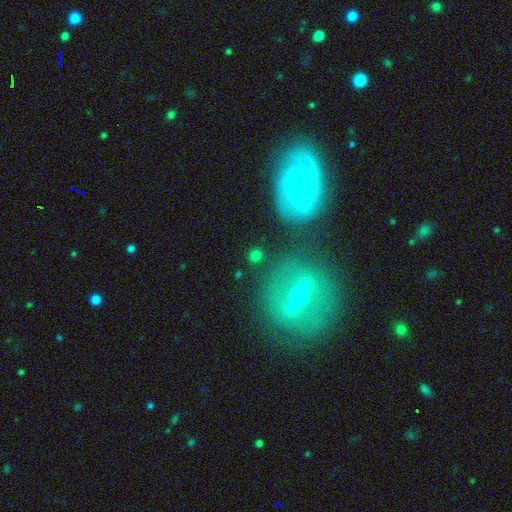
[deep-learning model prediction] Smooth or featured? Predicted: smooth (p=0.61). How rounded? Predicted: round (p=0.80). Merging? Predicted: none (p=0.79).